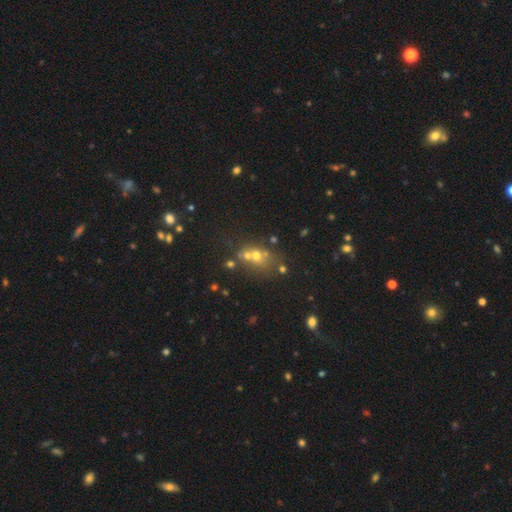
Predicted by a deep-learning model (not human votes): Overall: smooth (46%; star or artifact 35%). Merging: none (48%; merger 37%).